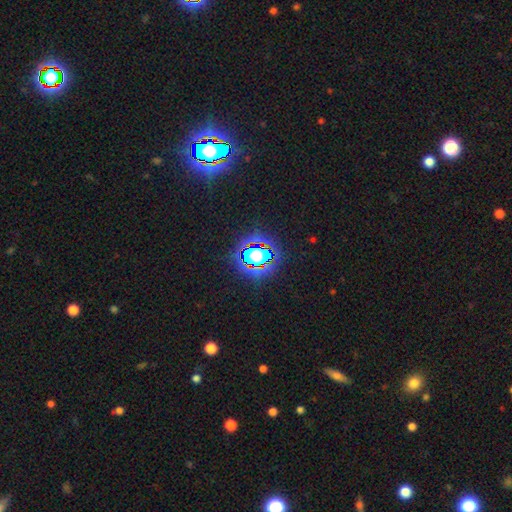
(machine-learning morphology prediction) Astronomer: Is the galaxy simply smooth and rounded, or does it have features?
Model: star or artifact — 65%.